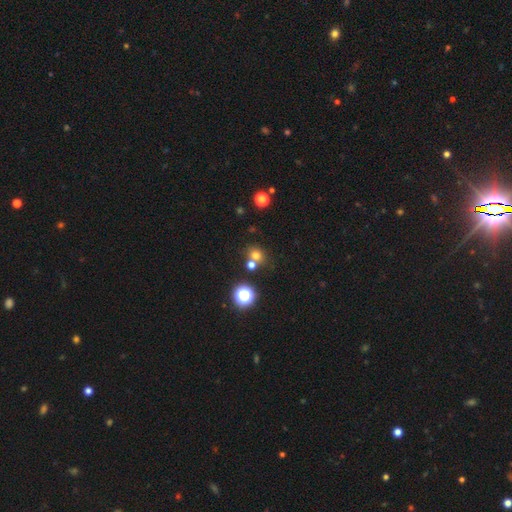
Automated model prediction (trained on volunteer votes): Smooth or featured?
  - smooth: 69% *
  - star or artifact: 21%
  - featured or disk: 9%
How rounded?
  - round: 77% *
  - in between: 22%
  - cigar-shaped: 1%
Merging?
  - none: 57% *
  - merger: 31%
  - minor disturbance: 8%
  - major disturbance: 3%